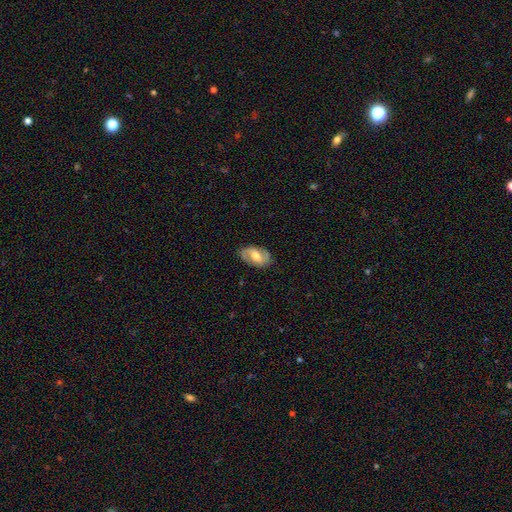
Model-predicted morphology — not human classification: Smooth or featured? Predicted: featured or disk (p=0.64). Edge-on disk? Predicted: no (p=0.94). Bar? Predicted: weak (p=0.45). Spiral arms? Predicted: yes (p=0.82). Bulge size? Predicted: moderate (p=0.69). Merging? Predicted: none (p=0.80).